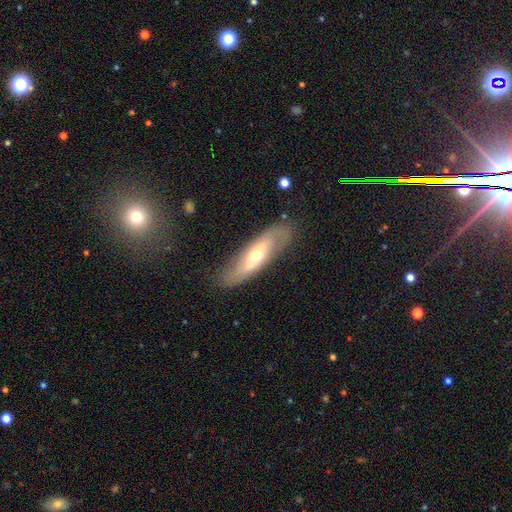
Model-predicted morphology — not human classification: type=featured or disk (57%); edge-on=no (65%); merging=none (79%).